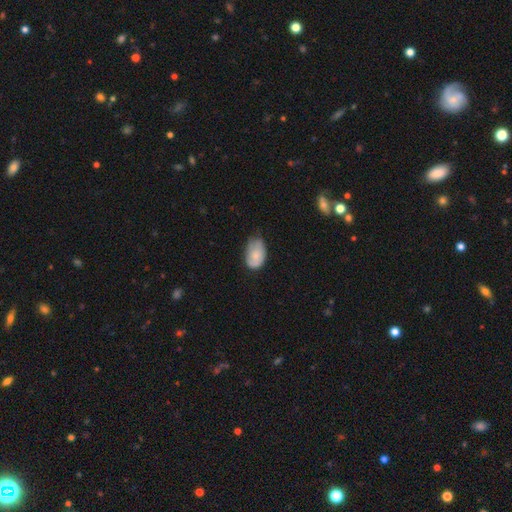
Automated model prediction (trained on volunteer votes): The model was most divided on "merging" (2-way tie): none: 44%, minor disturbance: 44%, major disturbance: 11%, merger: 2%. More confident: how rounded — in between (88%); smooth or featured — smooth (74%).